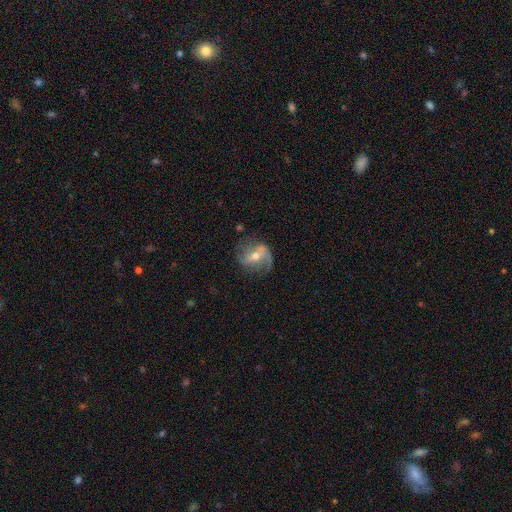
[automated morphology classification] A featured or disk galaxy (80%) with a weak bar (39%), 2 (75%) loose (51%) spiral arms (92%) and a moderate central bulge (56%).

Vote fractions:
- Smooth or featured? featured or disk: 80% / smooth: 12% / star or artifact: 8%
- Edge-on disk? no: 96% / yes: 4%
- Bar? weak: 39% / no: 33% / strong: 28%
- Spiral arms? yes: 92% / no: 8%
- Spiral winding? loose: 51% / medium: 36% / tight: 13%
- Spiral arm count? 2: 75% / can't tell: 8% / 1: 7% / 3: 5% / 4: 2% / more than 4: 2%
- Bulge size? moderate: 56% / small: 40% / large: 2% / none: 1% / dominant: 1%
- Merging? none: 68% / minor disturbance: 19% / major disturbance: 11% / merger: 2%